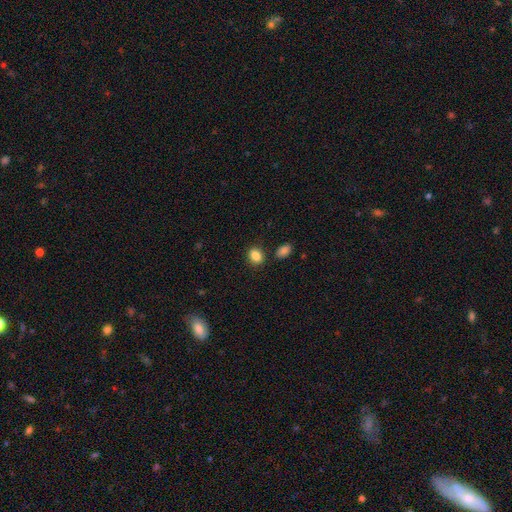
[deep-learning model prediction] A smooth galaxy with no disk features (87%) that is in between round and cigar-shaped (59%).

Vote fractions:
- Smooth or featured? smooth: 87% / star or artifact: 9% / featured or disk: 4%
- How rounded? in between: 59% / round: 40% / cigar-shaped: 1%
- Merging? none: 81% / minor disturbance: 11% / merger: 6% / major disturbance: 3%